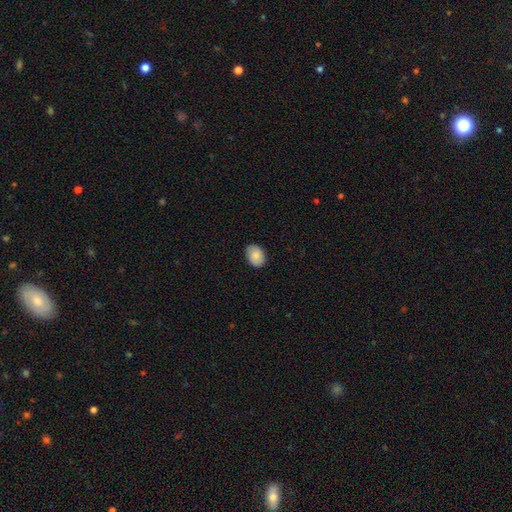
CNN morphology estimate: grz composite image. It shows a smooth galaxy with no disk features (85%) that is in between round and cigar-shaped (74%). Merging: none (86%).